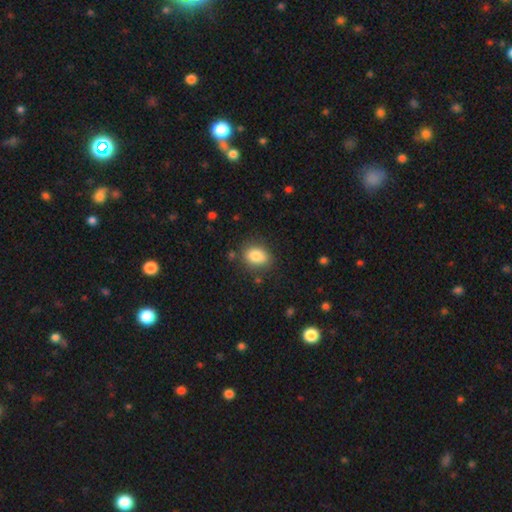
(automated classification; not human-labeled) A smooth galaxy with no disk features (84%) that is in between round and cigar-shaped (66%).

Vote fractions:
- Smooth or featured? smooth: 84% / star or artifact: 9% / featured or disk: 7%
- How rounded? in between: 66% / round: 33% / cigar-shaped: 1%
- Merging? none: 76% / minor disturbance: 17% / major disturbance: 4% / merger: 3%